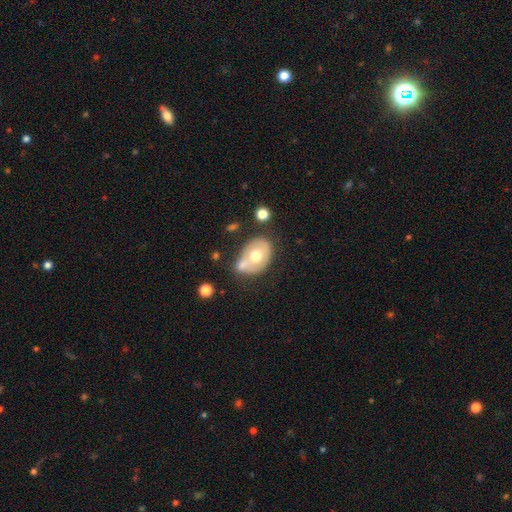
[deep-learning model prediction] Overall: smooth (55%; featured or disk 38%). How rounded: in between (68%; round 31%). Merging: none (38%; merger 33%).